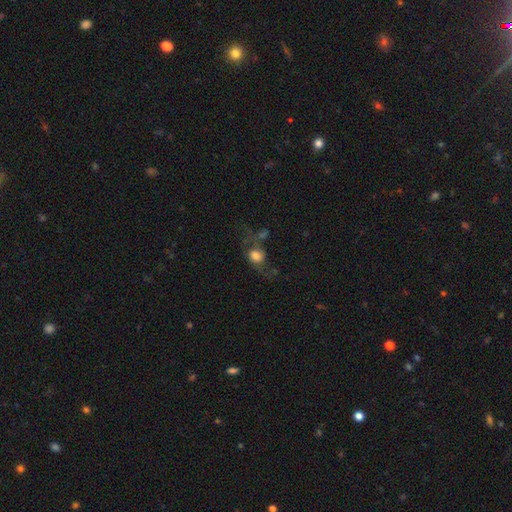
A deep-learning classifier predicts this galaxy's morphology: Smooth or featured?
  - smooth: 58% *
  - featured or disk: 31%
  - star or artifact: 11%
How rounded?
  - round: 53% *
  - in between: 45%
  - cigar-shaped: 2%
Merging?
  - major disturbance: 35% *
  - none: 33%
  - minor disturbance: 19%
  - merger: 13%